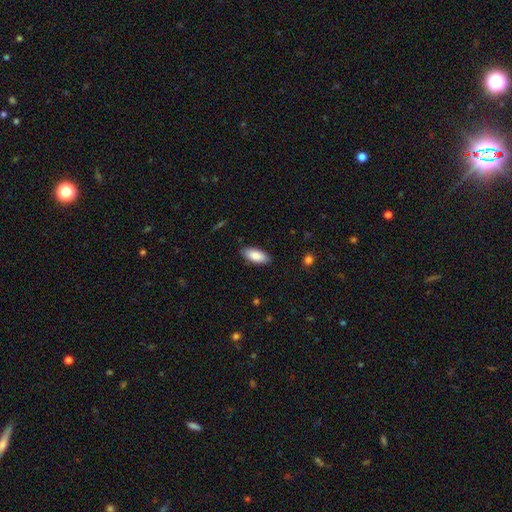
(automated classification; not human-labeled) Q: Smooth or featured?
A: smooth (87%); runner-up: featured or disk (7%)
Q: How rounded?
A: in between (86%); runner-up: cigar-shaped (12%)
Q: Merging?
A: none (87%); runner-up: minor disturbance (10%)